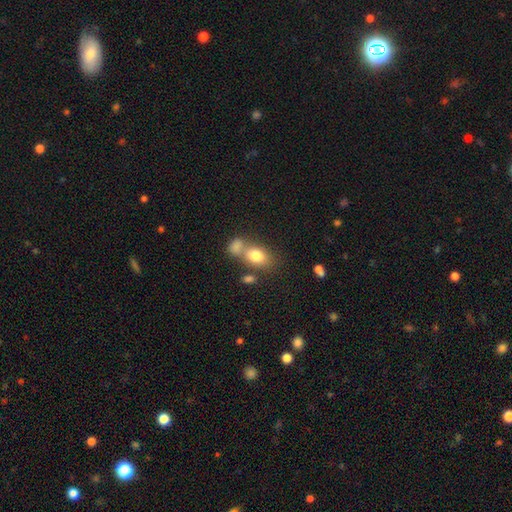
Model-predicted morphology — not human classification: Smooth or featured: smooth — 78% (featured or disk — 13%)
How rounded: in between — 74% (round — 24%)
Merging: none — 45% (merger — 37%)